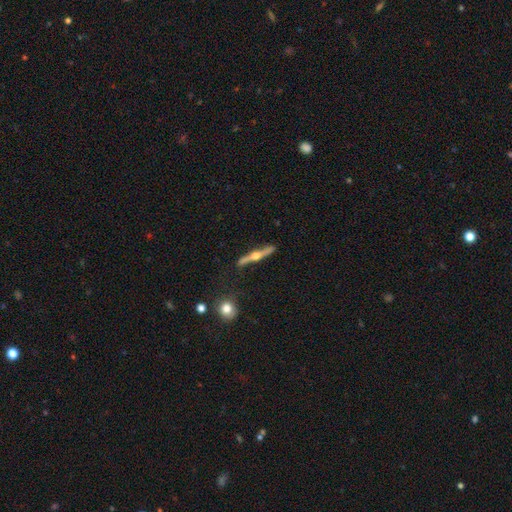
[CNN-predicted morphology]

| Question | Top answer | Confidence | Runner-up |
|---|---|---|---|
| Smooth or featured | featured or disk | 77% | smooth (19%) |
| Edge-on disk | yes | 97% | no (3%) |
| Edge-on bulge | rounded | 95% | boxy (3%) |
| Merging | none | 85% | minor disturbance (10%) |